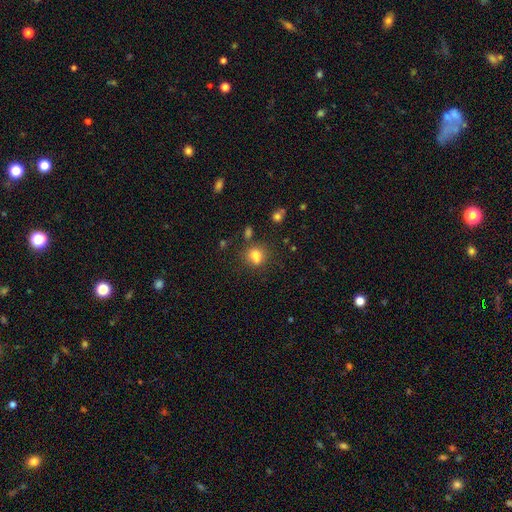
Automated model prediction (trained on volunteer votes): Morphology: type=smooth (77%); roundness=round (57%); merging=none (58%).